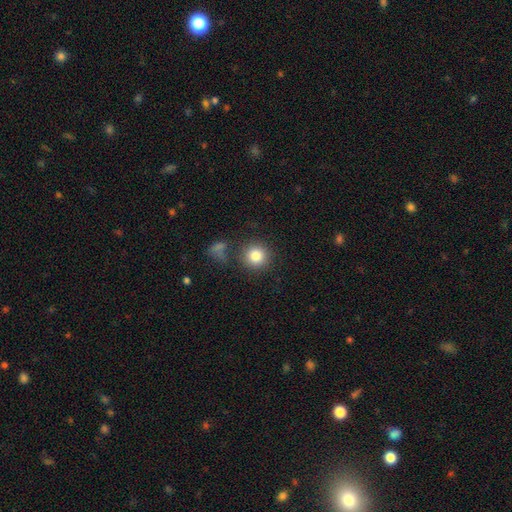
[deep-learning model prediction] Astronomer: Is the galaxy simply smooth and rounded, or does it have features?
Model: smooth — 84%.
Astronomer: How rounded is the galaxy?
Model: round — 92%.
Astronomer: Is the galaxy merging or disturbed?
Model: none — 79%.